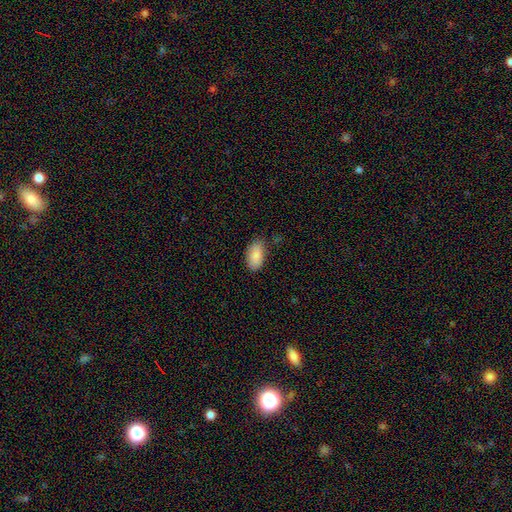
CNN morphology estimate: Overall: smooth (88%). How rounded: in between (94%). Merging: none (78%).